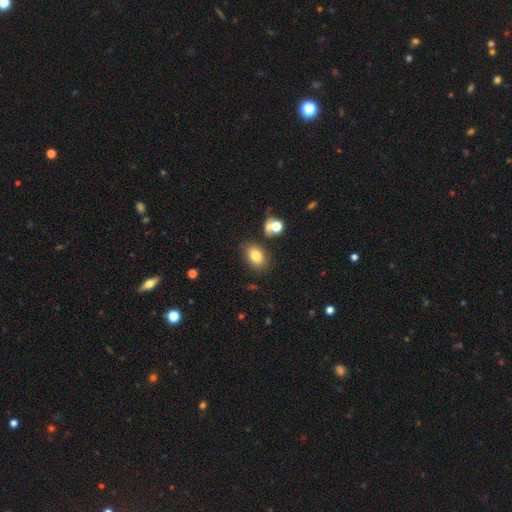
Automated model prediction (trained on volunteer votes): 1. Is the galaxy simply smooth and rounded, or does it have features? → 78% smooth, 12% star or artifact, 10% featured or disk.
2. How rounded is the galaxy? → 74% in between, 25% round, 1% cigar-shaped.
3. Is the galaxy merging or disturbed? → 76% none, 13% minor disturbance, 7% merger, 4% major disturbance.